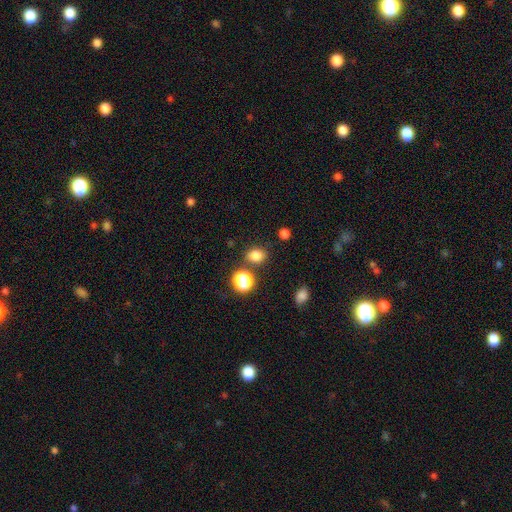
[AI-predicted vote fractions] Q: Smooth or featured?
A: smooth (79%); runner-up: star or artifact (15%)
Q: How rounded?
A: round (53%); runner-up: in between (46%)
Q: Merging?
A: none (78%); runner-up: minor disturbance (11%)